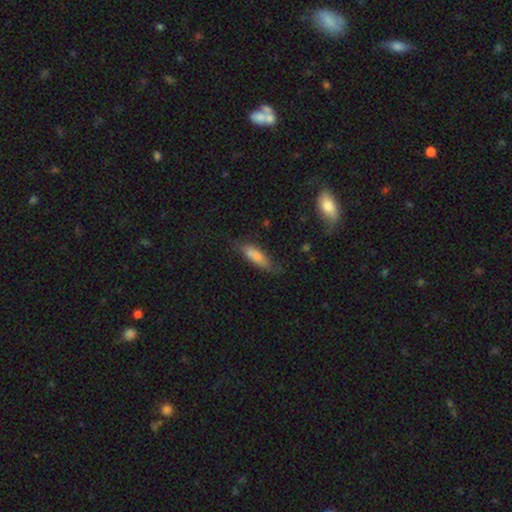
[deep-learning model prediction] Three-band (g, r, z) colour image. It shows a smooth galaxy with no disk features (75%) that is in between round and cigar-shaped (50%). Merging: none (56%).